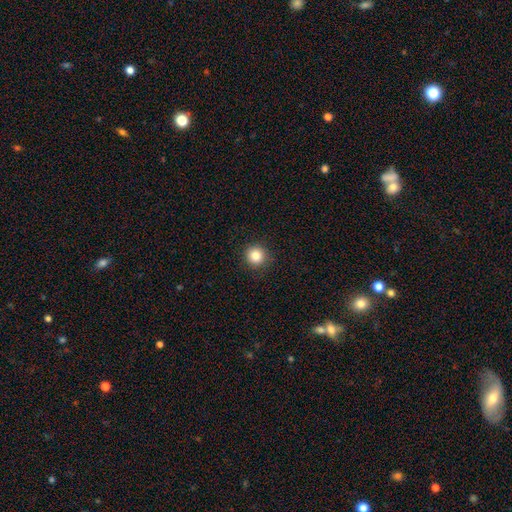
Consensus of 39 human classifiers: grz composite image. It shows a smooth galaxy with no disk features (85%) that is round (94%). Merging: none (94%).